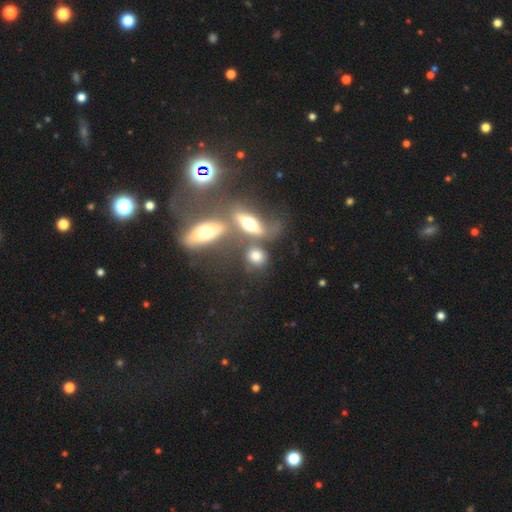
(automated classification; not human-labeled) This is likely a smooth galaxy (69%). How rounded: possibly round (52%). Merging: possibly none (47%).